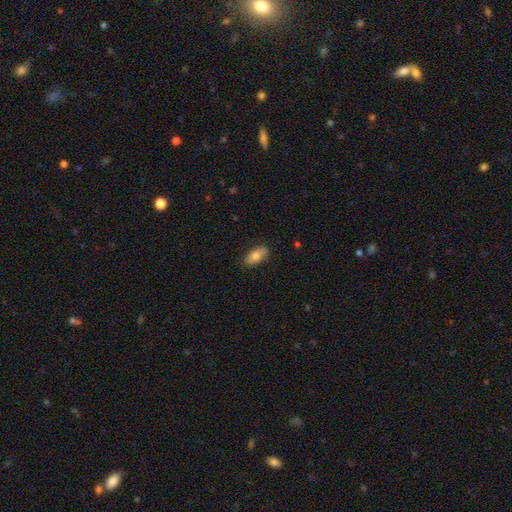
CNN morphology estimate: The model was most divided on "smooth or featured": smooth: 77%, featured or disk: 16%, star or artifact: 7%. More confident: how rounded — in between (90%); merging — none (85%).